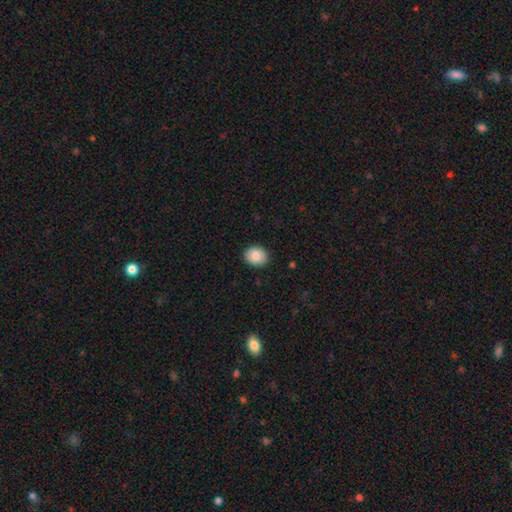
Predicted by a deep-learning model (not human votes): smooth-or-featured: smooth: 83% | featured or disk: 9% | star or artifact: 8%
  how-rounded: round: 57% | in between: 42% | cigar-shaped: 1%
  merging: none: 88% | minor disturbance: 9% | major disturbance: 2% | merger: 1%